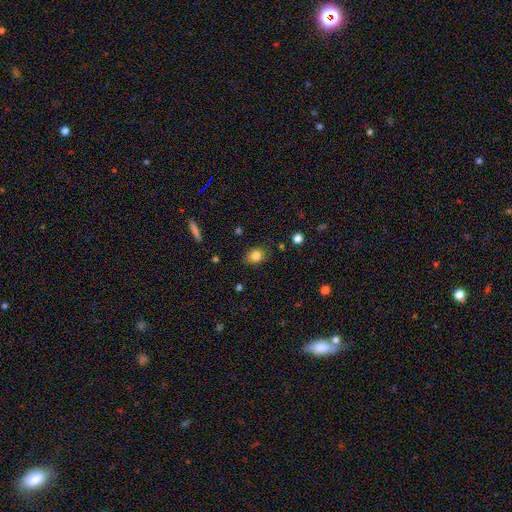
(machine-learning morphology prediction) smooth_or_featured: smooth (p=0.83) [alt: star or artifact p=0.10]
how_rounded: in between (p=0.53) [alt: round p=0.46]
merging: none (p=0.81) [alt: minor disturbance p=0.15]